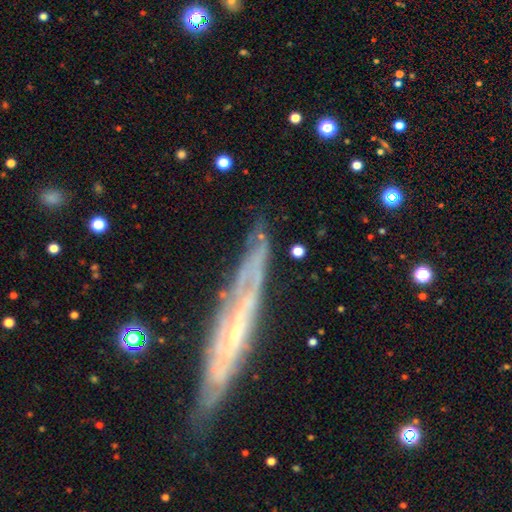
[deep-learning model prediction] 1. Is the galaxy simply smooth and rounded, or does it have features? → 53% featured or disk, 29% smooth, 18% star or artifact.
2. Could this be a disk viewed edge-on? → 51% no, 49% yes.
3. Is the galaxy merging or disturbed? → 66% none, 19% minor disturbance, 9% major disturbance, 6% merger.